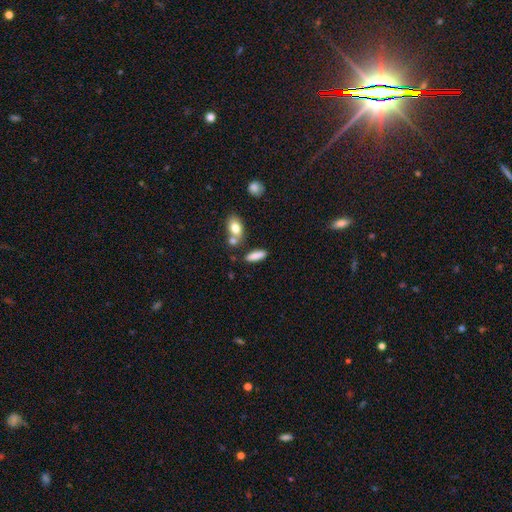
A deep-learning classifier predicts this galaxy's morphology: This is clearly a smooth galaxy (83%). How rounded: possibly in between (51%). Merging: likely none (70%).